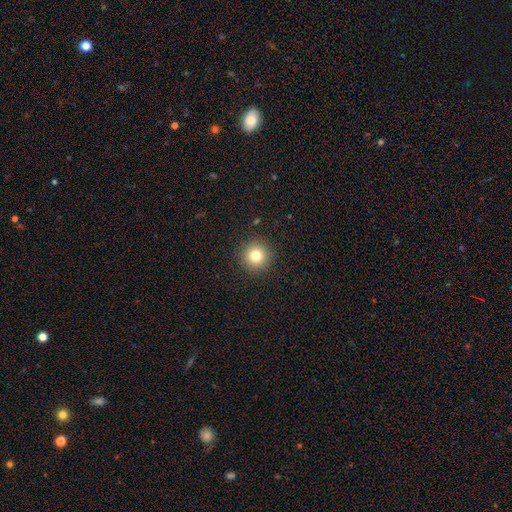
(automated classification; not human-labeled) Smooth or featured? smooth (80%)
How rounded? round (96%)
Merging? none (92%)